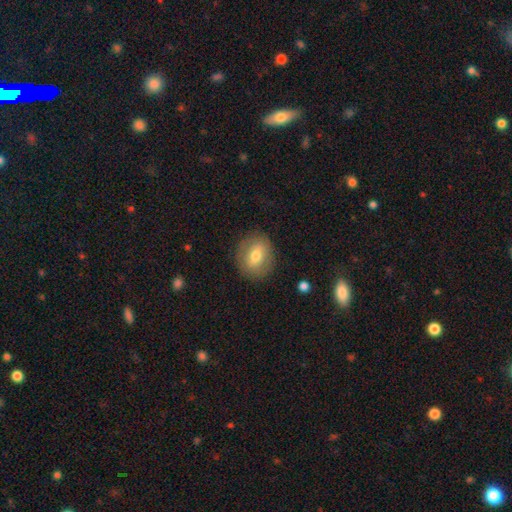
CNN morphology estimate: type=smooth (64%); roundness=round (60%); merging=none (84%).